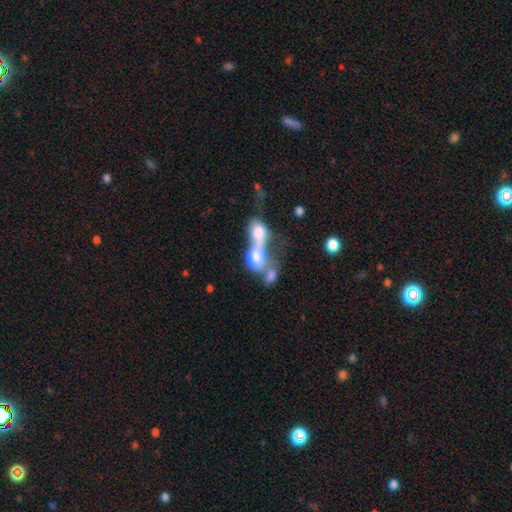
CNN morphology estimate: Smooth or featured?
  - smooth: 68% *
  - featured or disk: 22%
  - star or artifact: 10%
How rounded?
  - in between: 51% *
  - round: 45%
  - cigar-shaped: 4%
Merging?
  - merger: 79% *
  - none: 9%
  - major disturbance: 8%
  - minor disturbance: 4%